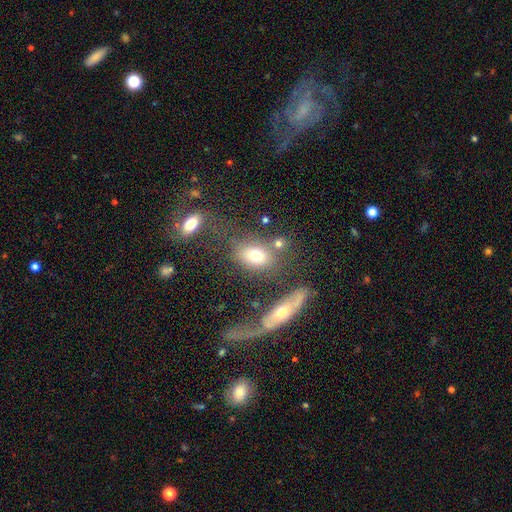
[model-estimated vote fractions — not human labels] Smooth or featured: smooth — 70% (featured or disk — 17%)
How rounded: in between — 71% (round — 25%)
Merging: none — 60% (merger — 17%)